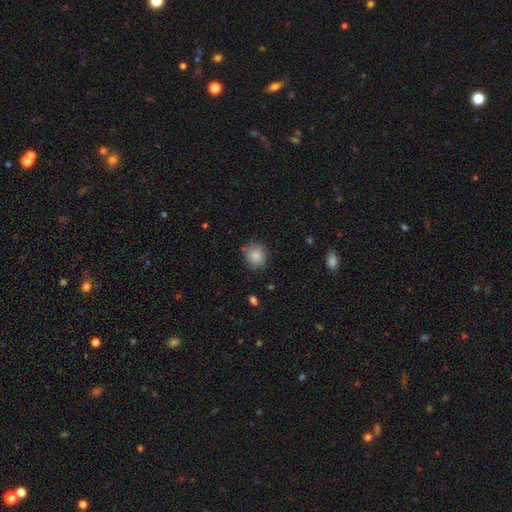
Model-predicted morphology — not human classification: Smooth or featured?
  - smooth: 85% *
  - star or artifact: 8%
  - featured or disk: 7%
How rounded?
  - round: 82% *
  - in between: 17%
  - cigar-shaped: 1%
Merging?
  - none: 78% *
  - minor disturbance: 16%
  - major disturbance: 4%
  - merger: 1%